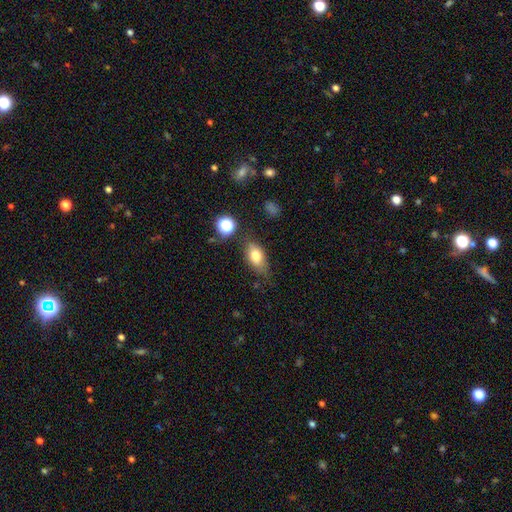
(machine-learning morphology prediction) Overall: smooth (75%). How rounded: in between (84%). Merging: none (70%).